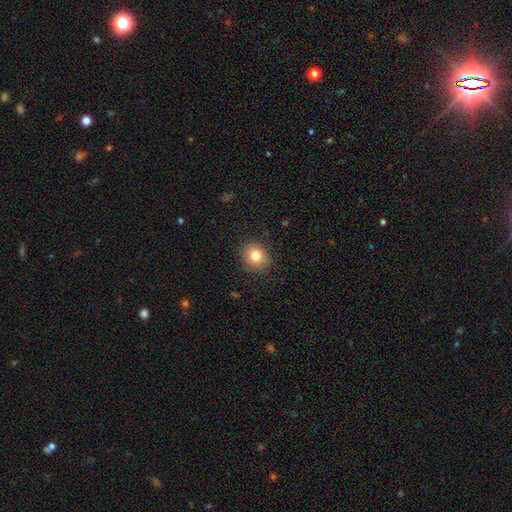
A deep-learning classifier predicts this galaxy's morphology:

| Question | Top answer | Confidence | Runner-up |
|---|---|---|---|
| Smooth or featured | smooth | 80% | star or artifact (10%) |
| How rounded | round | 72% | in between (27%) |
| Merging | none | 87% | minor disturbance (9%) |